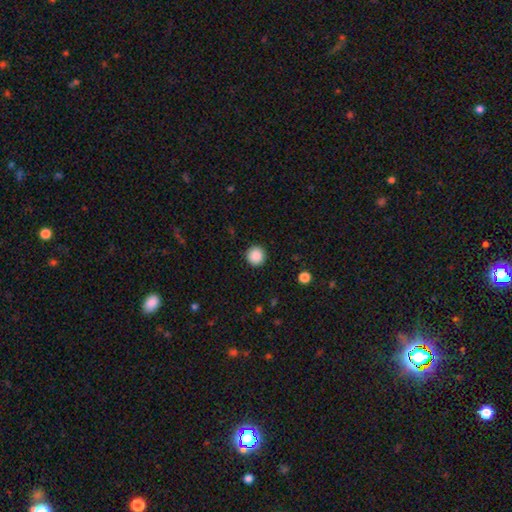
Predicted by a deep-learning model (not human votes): Overall: smooth (89%). How rounded: round (94%). Merging: none (92%).